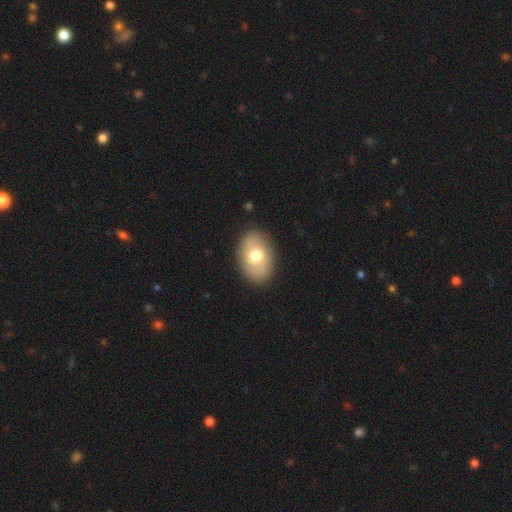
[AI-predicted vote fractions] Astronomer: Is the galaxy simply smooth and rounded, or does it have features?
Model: smooth — 70%.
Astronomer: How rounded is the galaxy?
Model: in between — 84%.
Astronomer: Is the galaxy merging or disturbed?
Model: none — 87%.